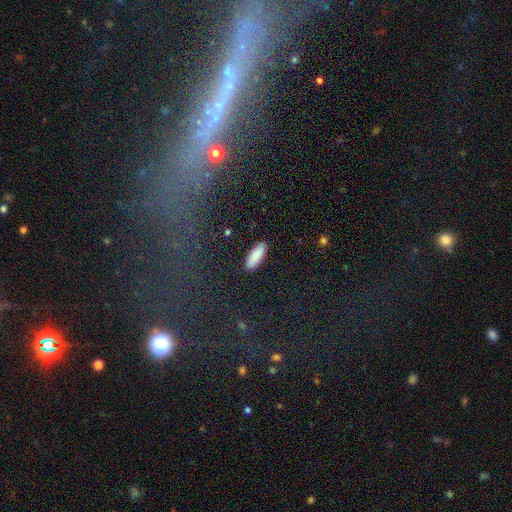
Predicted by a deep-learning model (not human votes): The model was most divided on "how rounded": in between: 55%, cigar-shaped: 44%, round: 2%. More confident: merging — none (90%); smooth or featured — smooth (88%).